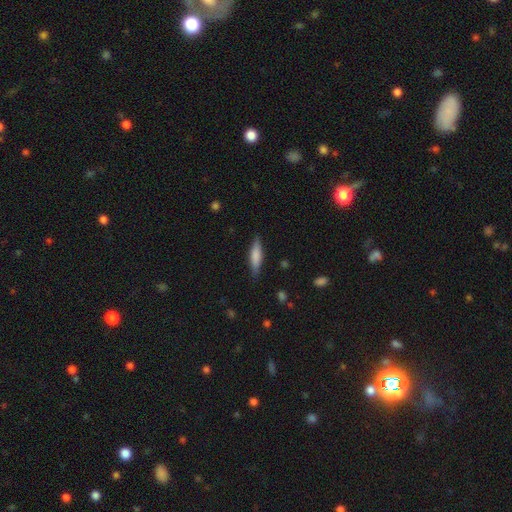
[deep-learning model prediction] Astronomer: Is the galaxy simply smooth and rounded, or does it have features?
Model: smooth — 70%.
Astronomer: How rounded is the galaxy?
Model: cigar-shaped — 72%.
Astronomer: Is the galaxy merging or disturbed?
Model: none — 83%.